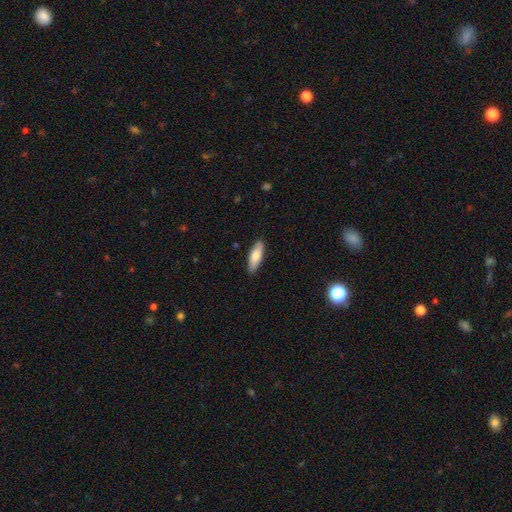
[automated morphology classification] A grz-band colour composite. It shows a smooth galaxy with no disk features (77%) that is in between round and cigar-shaped (54%). Merging: none (89%).